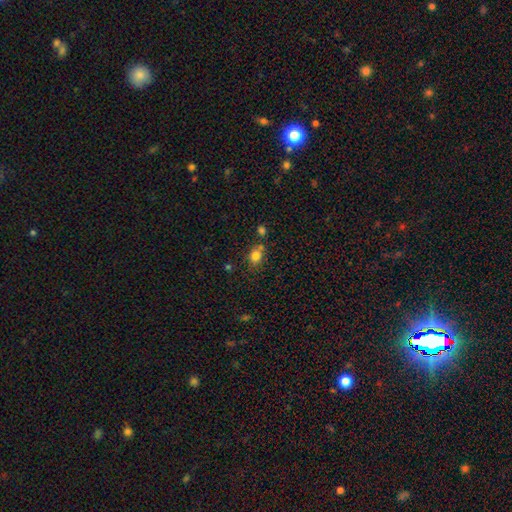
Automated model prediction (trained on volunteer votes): Overall: smooth (79%). How rounded: round (52%; in between 46%). Merging: none (60%).